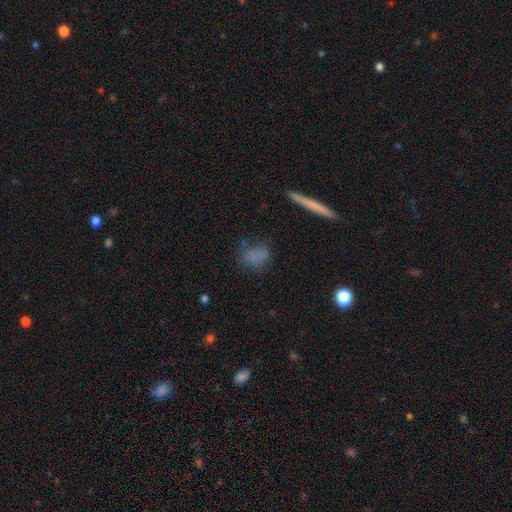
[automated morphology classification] Smooth or featured? smooth (73%)
How rounded? in between (61%)
Merging? none (62%)